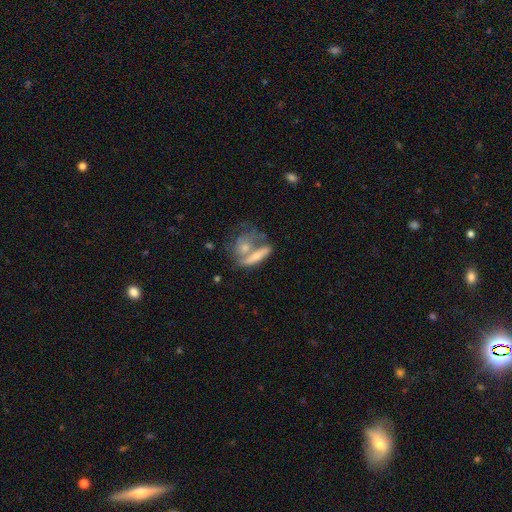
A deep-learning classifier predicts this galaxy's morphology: A smooth galaxy with no disk features (54%) that is cigar-shaped (47%). Merging: merger (52%).